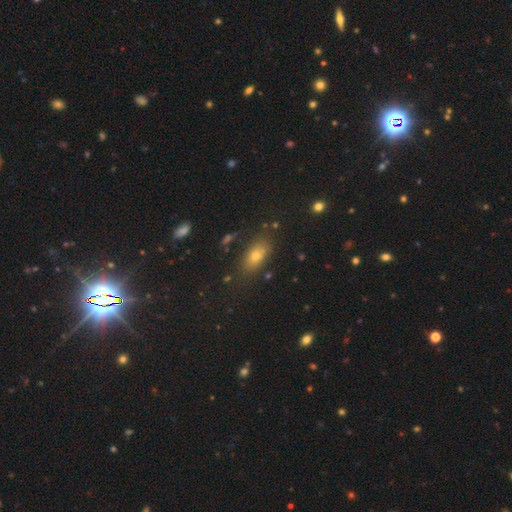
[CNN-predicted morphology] The model was most divided on "smooth or featured": smooth: 67%, star or artifact: 19%, featured or disk: 14%. More confident: how rounded — in between (81%); merging — none (80%).